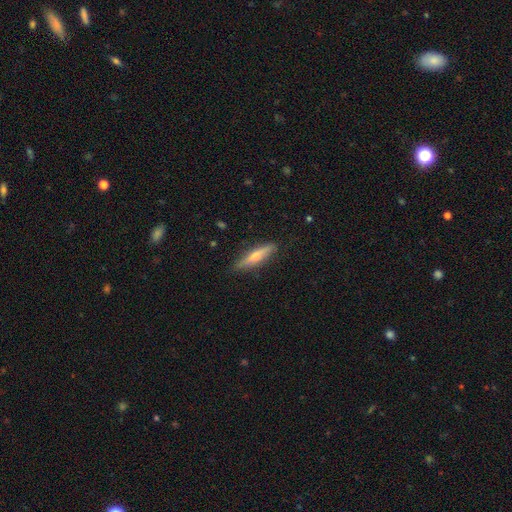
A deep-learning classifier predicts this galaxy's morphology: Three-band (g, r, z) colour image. It shows a featured or disk galaxy (47%). Merging: none (85%).